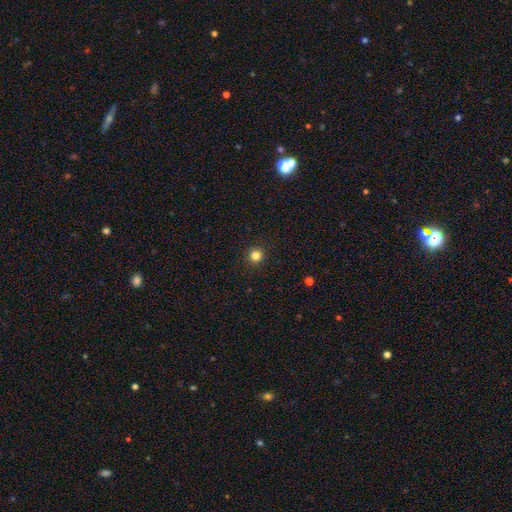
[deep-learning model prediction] A smooth galaxy with no disk features (83%) that is round (95%).

Vote fractions:
- Smooth or featured? smooth: 83% / star or artifact: 13% / featured or disk: 4%
- How rounded? round: 95% / in between: 4% / cigar-shaped: 1%
- Merging? none: 93% / minor disturbance: 5% / major disturbance: 2% / merger: 1%